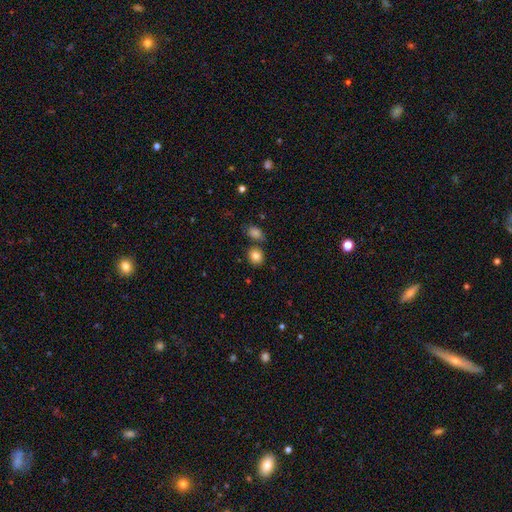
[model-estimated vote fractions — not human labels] A smooth galaxy with no disk features (83%) that is round (71%). Merging: none (72%).